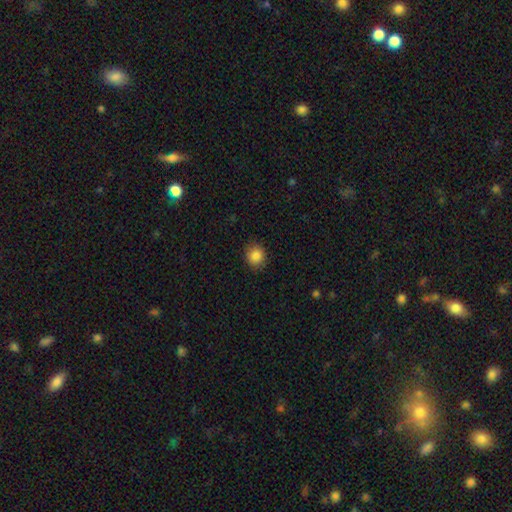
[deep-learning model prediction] Overall: smooth (86%). How rounded: round (80%). Merging: none (88%).